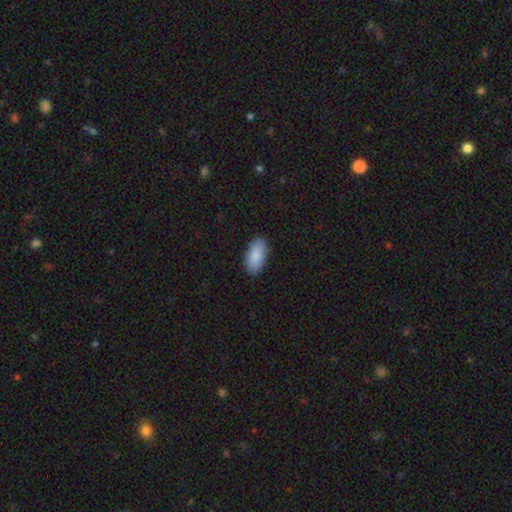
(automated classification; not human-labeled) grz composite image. It shows a smooth galaxy with no disk features (89%) that is in between round and cigar-shaped (93%). Merging: none (88%).